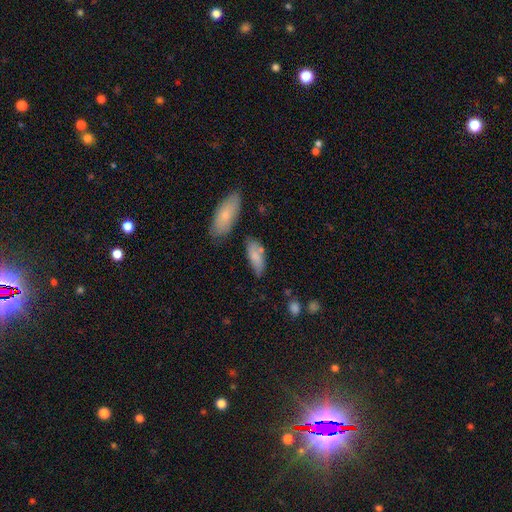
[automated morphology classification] smooth-or-featured: smooth: 79% | featured or disk: 14% | star or artifact: 7%
  how-rounded: in between: 78% | cigar-shaped: 20% | round: 3%
  merging: none: 57% | minor disturbance: 24% | merger: 12% | major disturbance: 7%